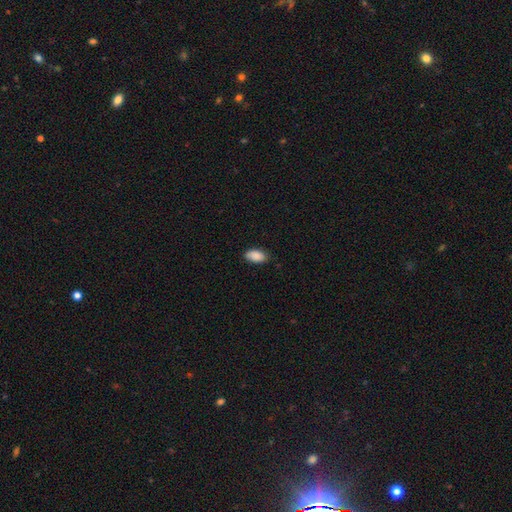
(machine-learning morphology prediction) This is clearly a smooth galaxy (89%). How rounded: clearly in between (94%). Merging: clearly none (82%).